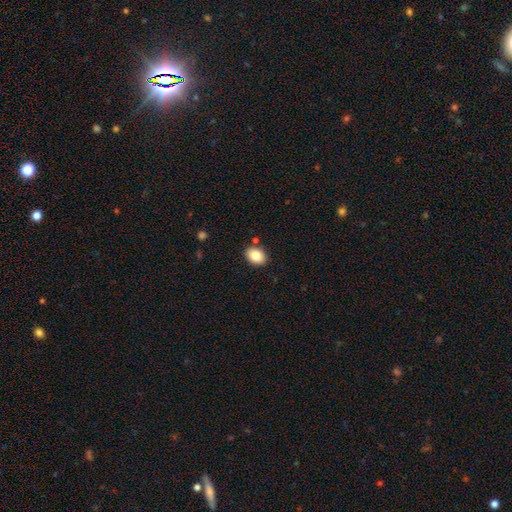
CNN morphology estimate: This is clearly a smooth galaxy (84%). How rounded: likely in between (70%). Merging: clearly none (86%).